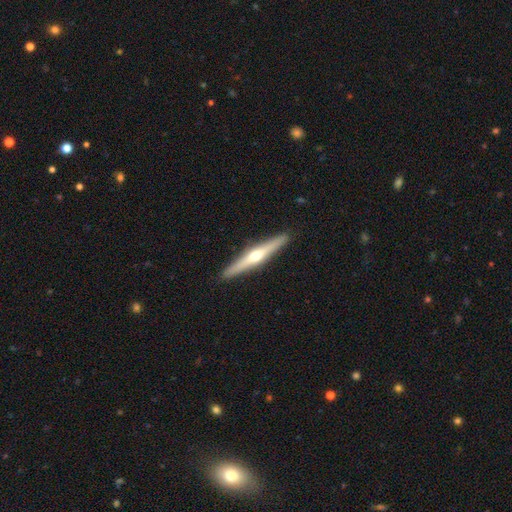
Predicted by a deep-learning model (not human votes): Morphology: type=featured or disk (69%); edge-on=yes (97%); edge-on bulge=rounded (92%); merging=none (92%).